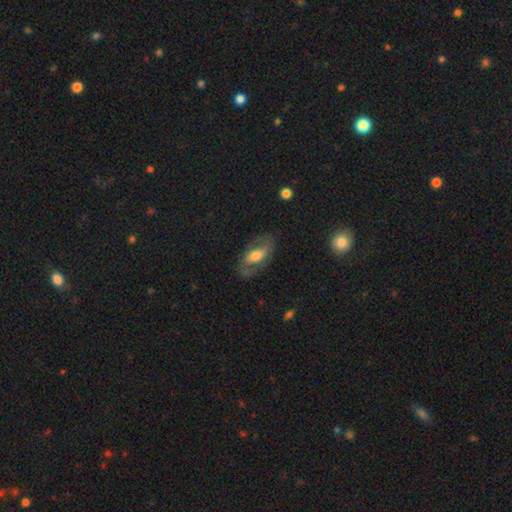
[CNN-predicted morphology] Smooth or featured: featured or disk — 65% (smooth — 28%)
Edge-on disk: no — 90% (yes — 10%)
Bar: weak — 36% (no — 35%)
Spiral arms: yes — 78% (no — 22%)
Bulge size: moderate — 59% (large — 21%)
Merging: none — 74% (minor disturbance — 15%)